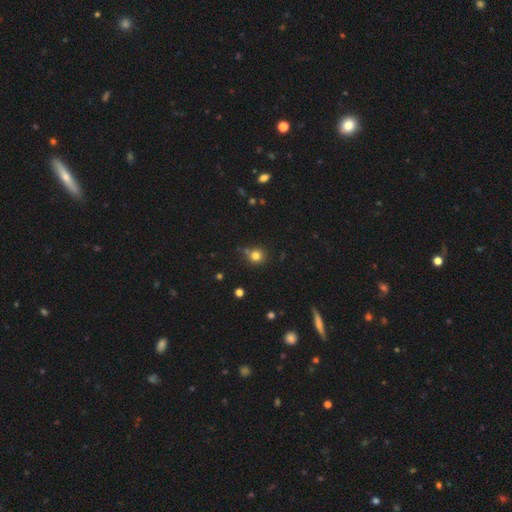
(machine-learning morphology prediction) This is likely a smooth galaxy (79%). How rounded: clearly round (90%). Merging: likely none (74%).